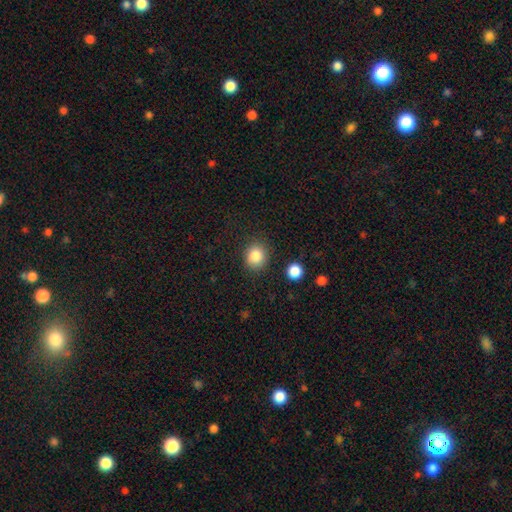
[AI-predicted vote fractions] A smooth galaxy with no disk features (85%) that is round (78%).

Vote fractions:
- Smooth or featured? smooth: 85% / star or artifact: 10% / featured or disk: 5%
- How rounded? round: 78% / in between: 21% / cigar-shaped: 1%
- Merging? none: 86% / minor disturbance: 9% / major disturbance: 3% / merger: 2%